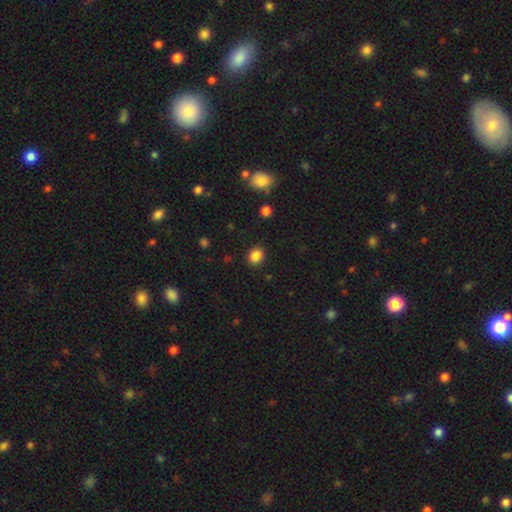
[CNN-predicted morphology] Smooth or featured? Predicted: smooth (p=0.86). How rounded? Predicted: round (p=0.67). Merging? Predicted: none (p=0.89).